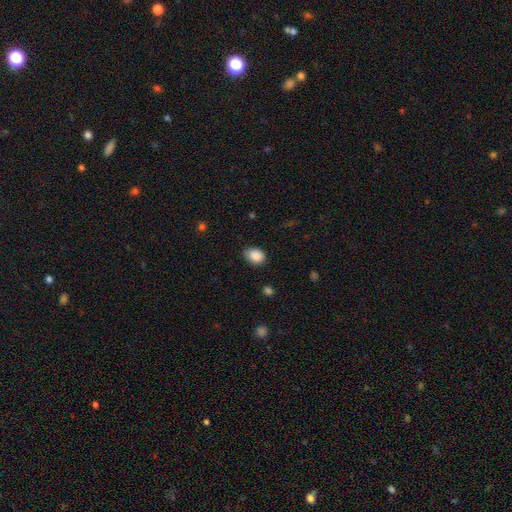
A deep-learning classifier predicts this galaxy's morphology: A smooth galaxy with no disk features (88%) that is in between round and cigar-shaped (62%).

Vote fractions:
- Smooth or featured? smooth: 88% / star or artifact: 8% / featured or disk: 4%
- How rounded? in between: 62% / round: 37% / cigar-shaped: 1%
- Merging? none: 77% / minor disturbance: 19% / major disturbance: 3% / merger: 1%